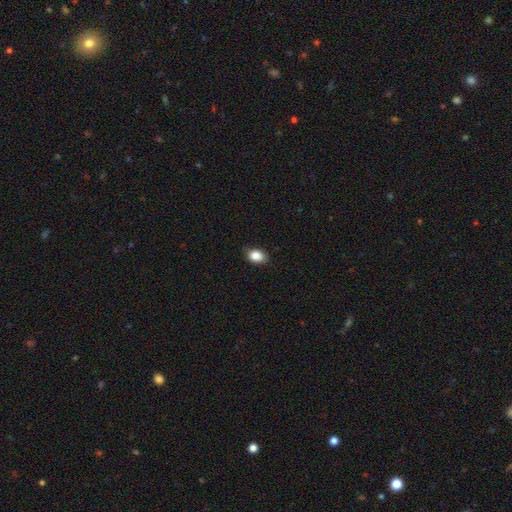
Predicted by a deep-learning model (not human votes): smooth-or-featured: smooth: 87% | star or artifact: 8% | featured or disk: 5%
  how-rounded: in between: 76% | round: 23% | cigar-shaped: 1%
  merging: none: 82% | minor disturbance: 15% | major disturbance: 3% | merger: 1%